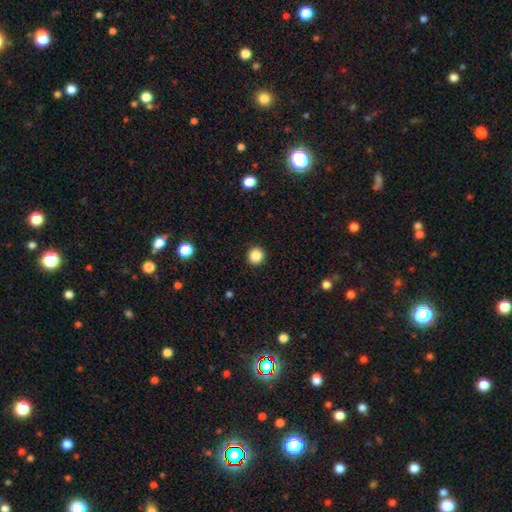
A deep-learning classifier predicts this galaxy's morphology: Smooth or featured?
  - smooth: 86% *
  - star or artifact: 10%
  - featured or disk: 3%
How rounded?
  - round: 93% *
  - in between: 6%
  - cigar-shaped: 1%
Merging?
  - none: 93% *
  - minor disturbance: 5%
  - major disturbance: 2%
  - merger: 1%